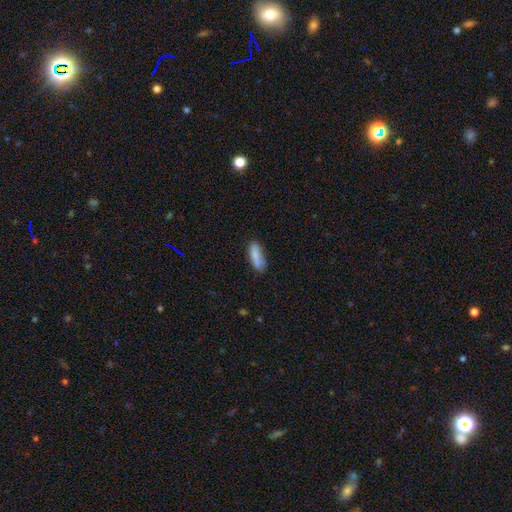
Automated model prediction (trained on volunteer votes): Morphology: type=smooth (84%); roundness=in between (60%); merging=none (73%).